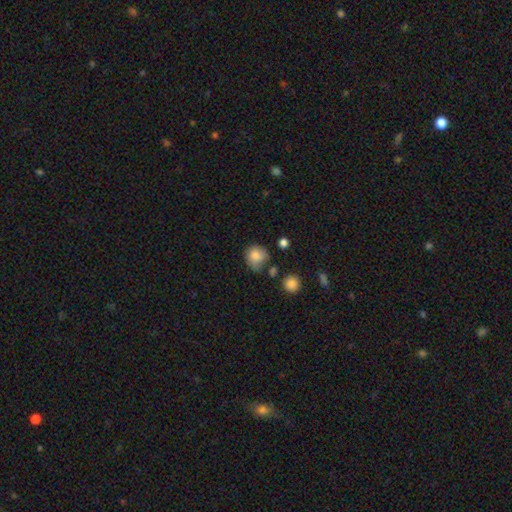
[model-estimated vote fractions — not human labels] Smooth or featured?
  - smooth: 81% *
  - featured or disk: 10%
  - star or artifact: 10%
How rounded?
  - round: 77% *
  - in between: 22%
  - cigar-shaped: 1%
Merging?
  - none: 50% *
  - minor disturbance: 31%
  - major disturbance: 12%
  - merger: 7%